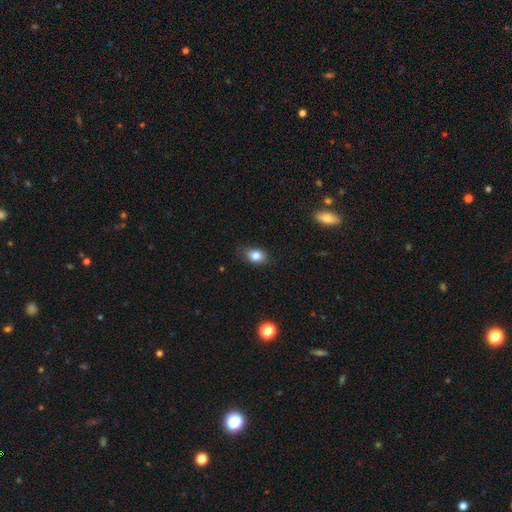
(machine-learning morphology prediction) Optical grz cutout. It shows a smooth galaxy with no disk features (83%) that is in between round and cigar-shaped (73%). Merging: none (75%).